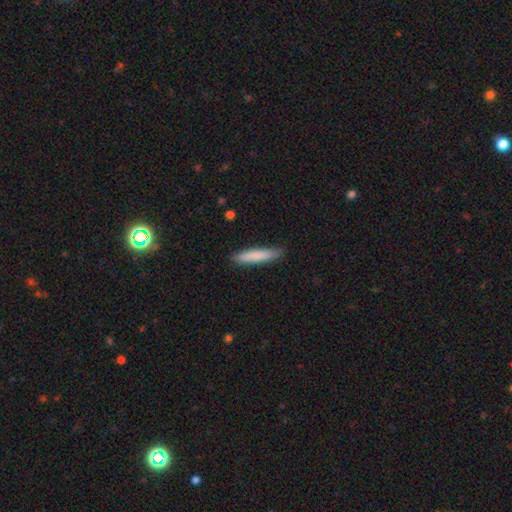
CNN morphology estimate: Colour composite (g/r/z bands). It shows a smooth galaxy with no disk features (82%) that is cigar-shaped (90%). Merging: none (86%).